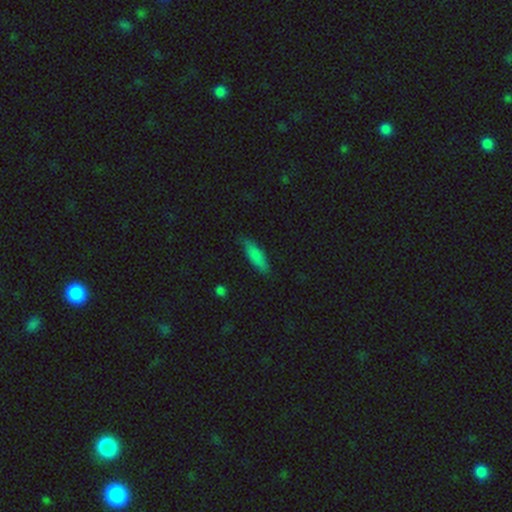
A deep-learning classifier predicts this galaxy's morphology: Smooth or featured? smooth (81%)
How rounded? in between (54%)
Merging? none (76%)